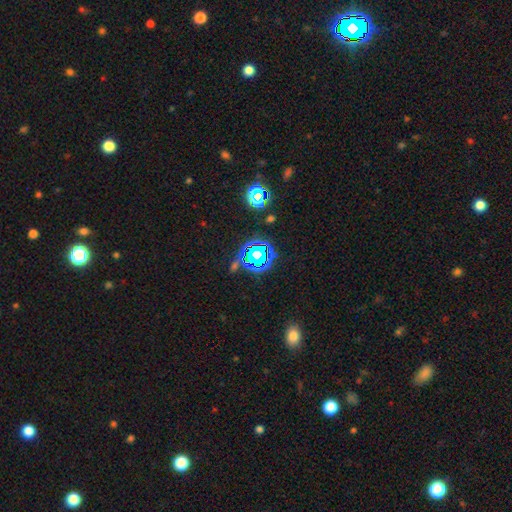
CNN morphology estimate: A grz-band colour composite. It shows a star or artifact, not a galaxy (70%).